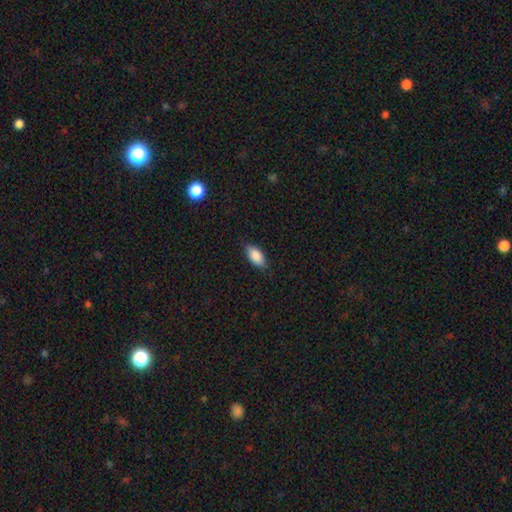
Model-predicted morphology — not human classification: Smooth or featured? smooth (87%)
How rounded? in between (91%)
Merging? none (84%)